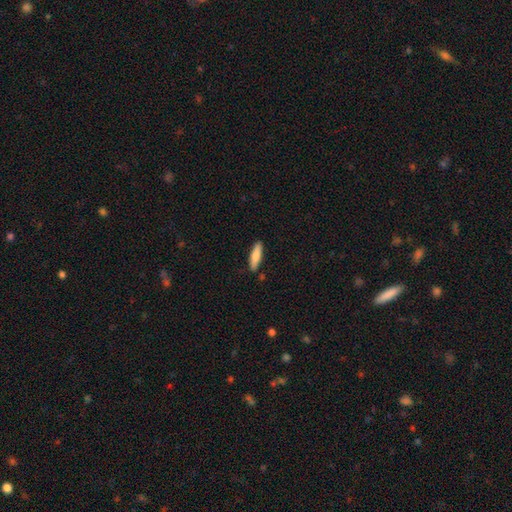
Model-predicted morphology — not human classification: This is likely a smooth galaxy (77%). How rounded: likely cigar-shaped (69%). Merging: clearly none (87%).